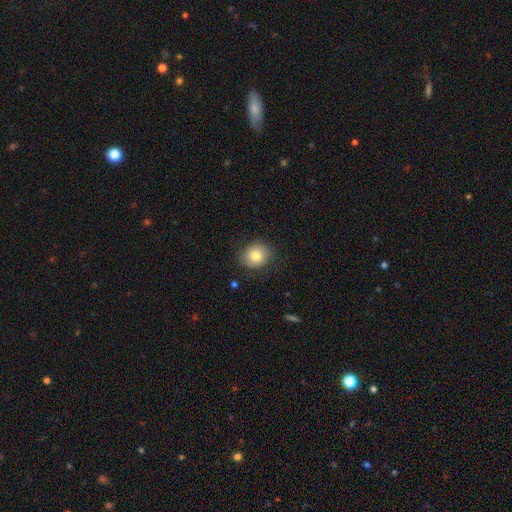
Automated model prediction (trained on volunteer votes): A smooth galaxy with no disk features (80%) that is round (77%).

Vote fractions:
- Smooth or featured? smooth: 80% / featured or disk: 11% / star or artifact: 9%
- How rounded? round: 77% / in between: 22% / cigar-shaped: 1%
- Merging? none: 82% / minor disturbance: 13% / major disturbance: 4% / merger: 1%